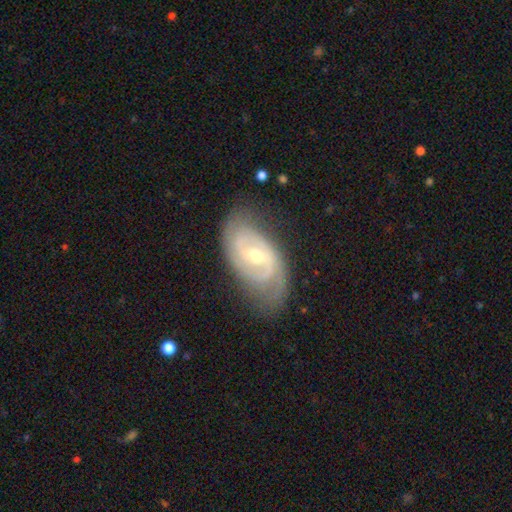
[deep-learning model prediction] featured or disk 83%, smooth 11%, star or artifact 6%. Down the decision tree: edge-on disk — no (95%); bar — weak (48%); spiral arms — yes (92%); spiral arm count — 2 (72%); spiral winding — tight (46%); bulge size — moderate (56%); merging — none (71%).